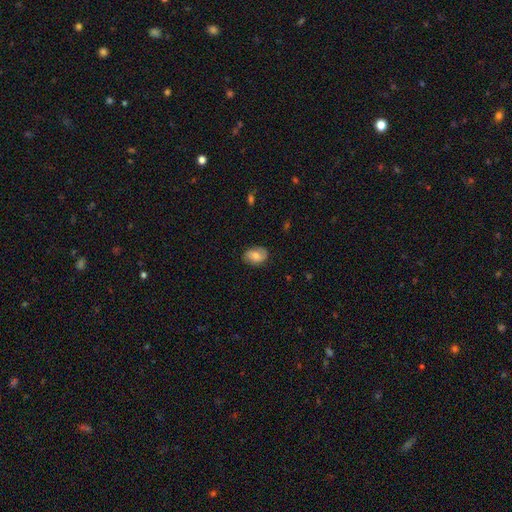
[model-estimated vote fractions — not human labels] A smooth galaxy with no disk features (57%) that is in between round and cigar-shaped (75%).

Vote fractions:
- Smooth or featured? smooth: 57% / featured or disk: 35% / star or artifact: 8%
- How rounded? in between: 75% / round: 24% / cigar-shaped: 1%
- Merging? none: 78% / minor disturbance: 17% / major disturbance: 4% / merger: 1%